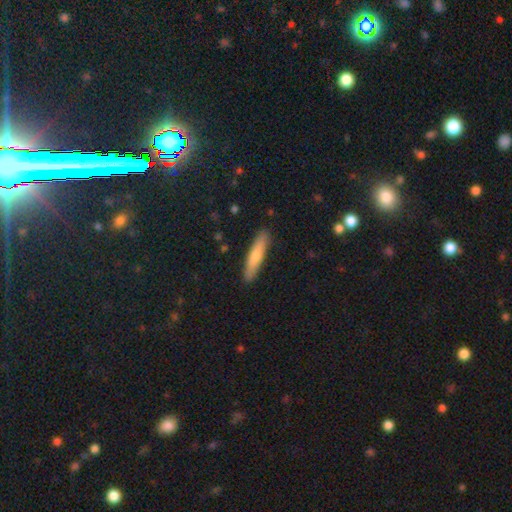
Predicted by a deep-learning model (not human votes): Smooth or featured: smooth — 67% (featured or disk — 27%)
How rounded: cigar-shaped — 87% (in between — 11%)
Merging: none — 90% (minor disturbance — 8%)